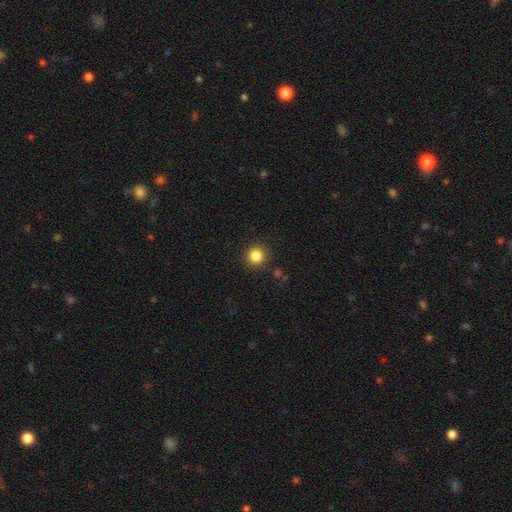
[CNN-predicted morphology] smooth_or_featured: smooth (p=0.84) [alt: star or artifact p=0.12]
how_rounded: round (p=0.93) [alt: in between p=0.06]
merging: none (p=0.90) [alt: minor disturbance p=0.06]